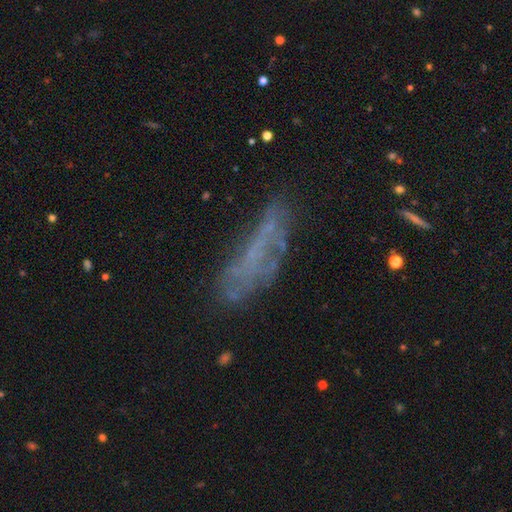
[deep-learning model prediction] A featured or disk galaxy (46%).

Vote fractions:
- Smooth or featured? featured or disk: 46% / smooth: 38% / star or artifact: 15%
- Merging? none: 51% / minor disturbance: 23% / major disturbance: 20% / merger: 6%